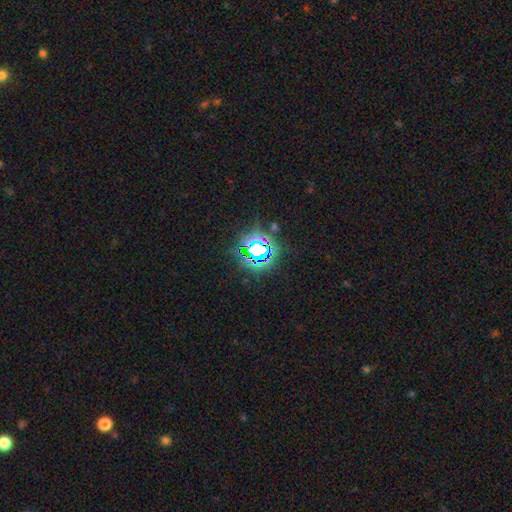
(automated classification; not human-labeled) Smooth or featured?
  - star or artifact: 77% *
  - smooth: 14%
  - featured or disk: 10%